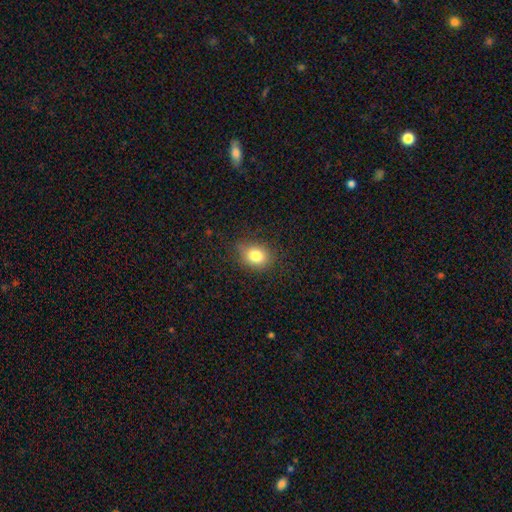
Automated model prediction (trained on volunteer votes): Smooth or featured?
  - smooth: 80% *
  - star or artifact: 11%
  - featured or disk: 8%
How rounded?
  - in between: 50% *
  - round: 48%
  - cigar-shaped: 1%
Merging?
  - none: 81% *
  - minor disturbance: 14%
  - major disturbance: 4%
  - merger: 1%